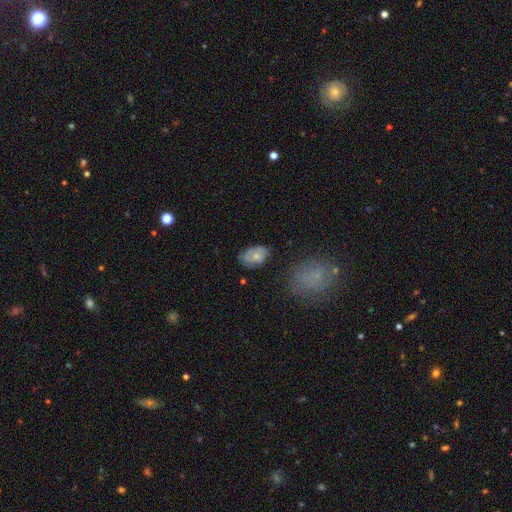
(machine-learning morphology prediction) smooth_or_featured: smooth (p=0.58) [alt: featured or disk p=0.34]
how_rounded: in between (p=0.86) [alt: round p=0.13]
merging: none (p=0.60) [alt: minor disturbance p=0.28]